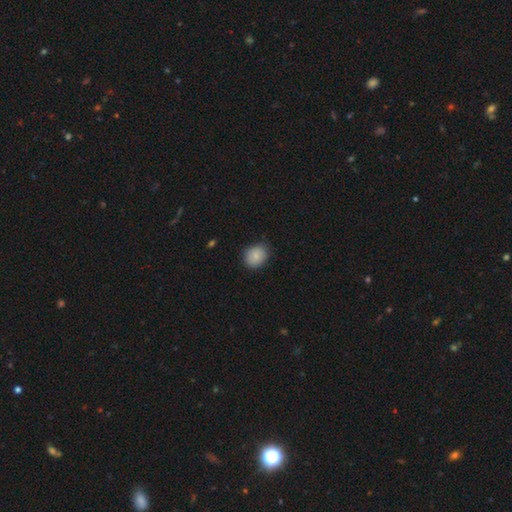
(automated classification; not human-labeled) Smooth or featured? smooth (83%)
How rounded? round (63%)
Merging? none (78%)